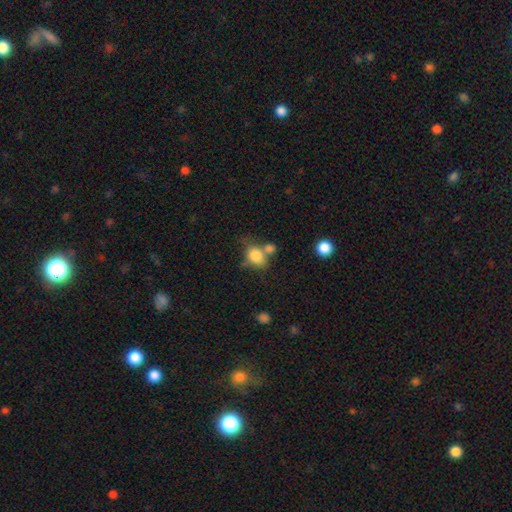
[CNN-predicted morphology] This appears to be a smooth galaxy with no disk features (80%) that is in between round and cigar-shaped (55%). Merging: none (44%).